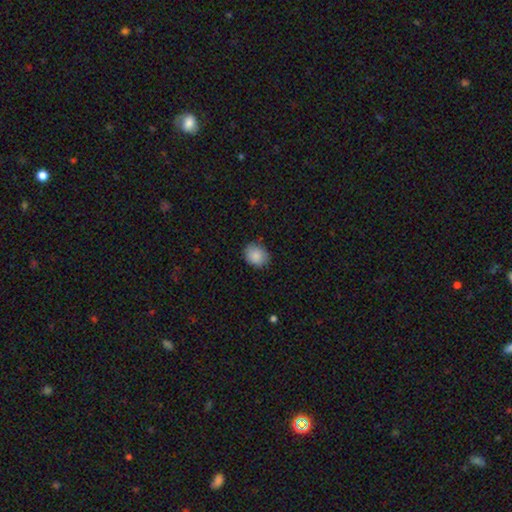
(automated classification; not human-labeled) smooth_or_featured: smooth (p=0.88) [alt: star or artifact p=0.08]
how_rounded: round (p=0.58) [alt: in between p=0.41]
merging: none (p=0.81) [alt: minor disturbance p=0.15]